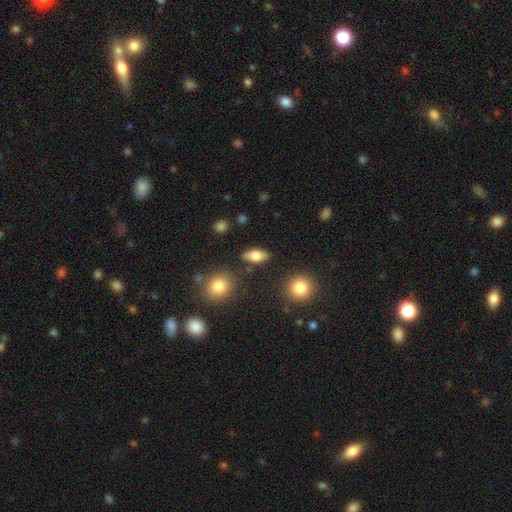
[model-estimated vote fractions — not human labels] This is likely a smooth galaxy (75%). How rounded: clearly in between (84%). Merging: clearly none (85%).